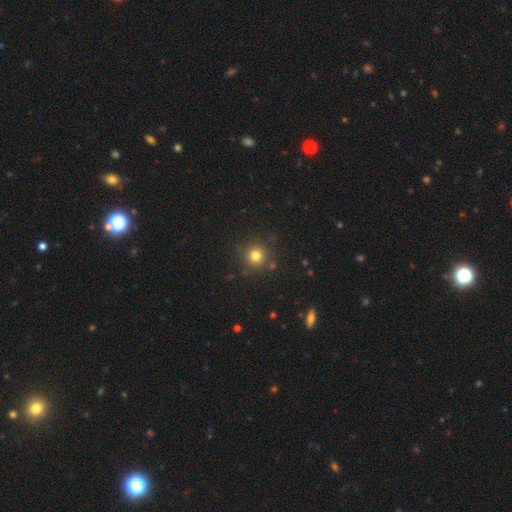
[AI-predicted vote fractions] This appears to be a smooth galaxy with no disk features (78%) that is round (94%). Merging: none (85%).